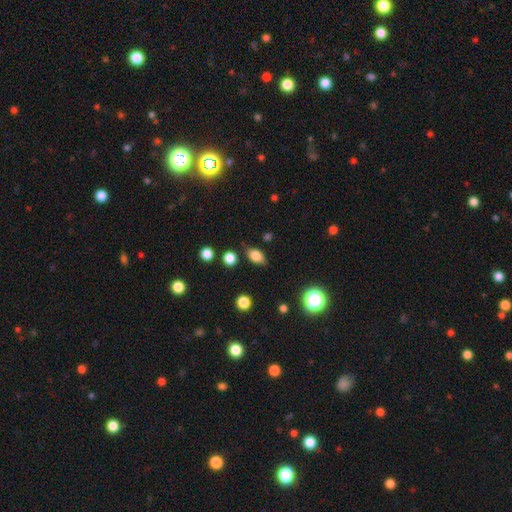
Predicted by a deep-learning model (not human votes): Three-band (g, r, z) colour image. It shows a smooth galaxy with no disk features (81%) that is in between round and cigar-shaped (81%). Merging: none (80%).